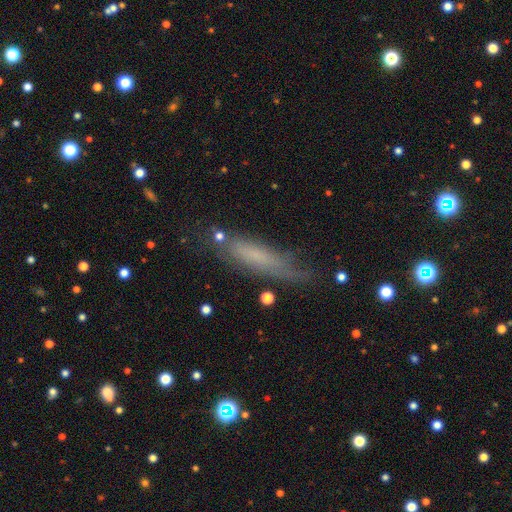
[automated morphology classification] Smooth or featured? smooth (56%)
How rounded? cigar-shaped (75%)
Merging? none (64%)